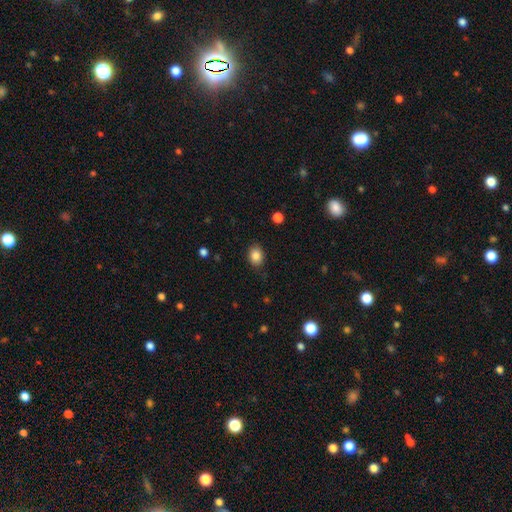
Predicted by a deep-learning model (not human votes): smooth_or_featured: smooth (p=0.86) [alt: star or artifact p=0.09]
how_rounded: in between (p=0.59) [alt: round p=0.40]
merging: none (p=0.82) [alt: minor disturbance p=0.14]